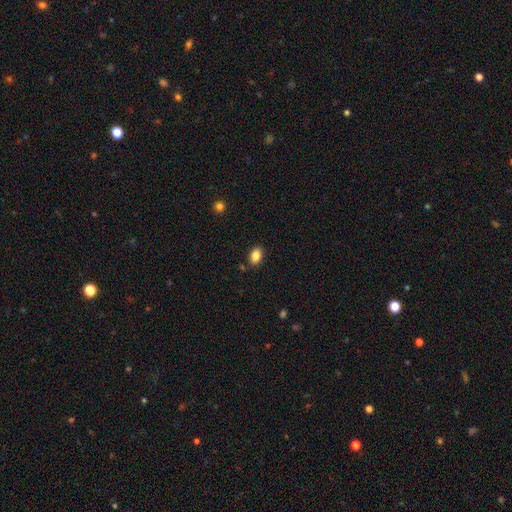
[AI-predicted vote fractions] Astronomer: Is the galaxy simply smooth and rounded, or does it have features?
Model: smooth — 85%.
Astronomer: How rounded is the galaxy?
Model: in between — 83%.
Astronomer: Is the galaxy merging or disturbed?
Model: none — 84%.